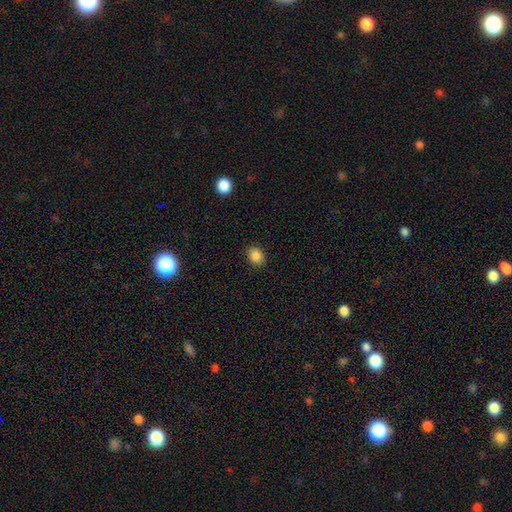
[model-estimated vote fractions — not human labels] Smooth or featured? Predicted: smooth (p=0.86). How rounded? Predicted: round (p=0.52). Merging? Predicted: none (p=0.88).